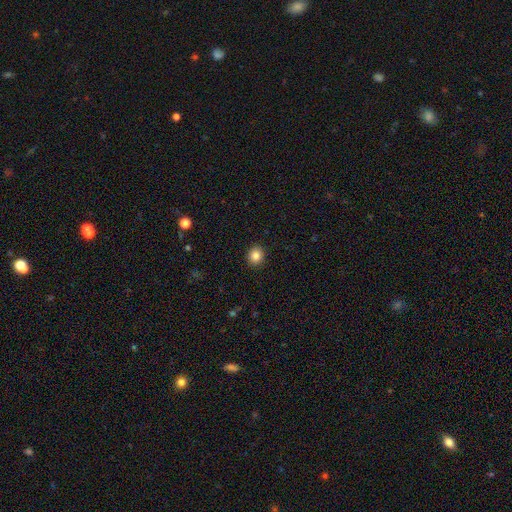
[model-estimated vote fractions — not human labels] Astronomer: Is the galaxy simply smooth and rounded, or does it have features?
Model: smooth — 85%.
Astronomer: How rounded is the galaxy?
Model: round — 80%.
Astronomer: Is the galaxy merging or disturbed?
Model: none — 92%.